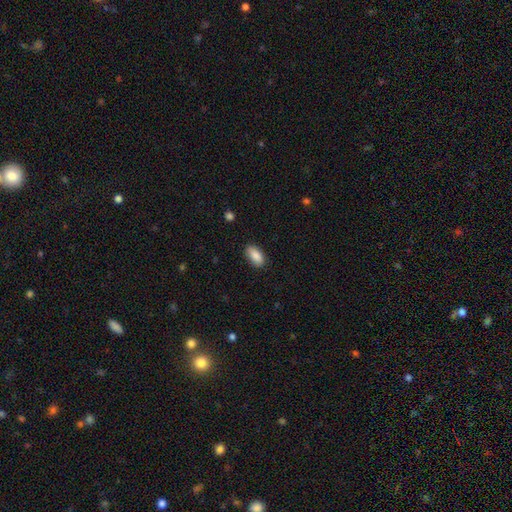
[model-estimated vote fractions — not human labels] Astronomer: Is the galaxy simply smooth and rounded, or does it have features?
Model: smooth — 89%.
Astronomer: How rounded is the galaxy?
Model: in between — 90%.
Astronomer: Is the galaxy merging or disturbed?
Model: none — 86%.